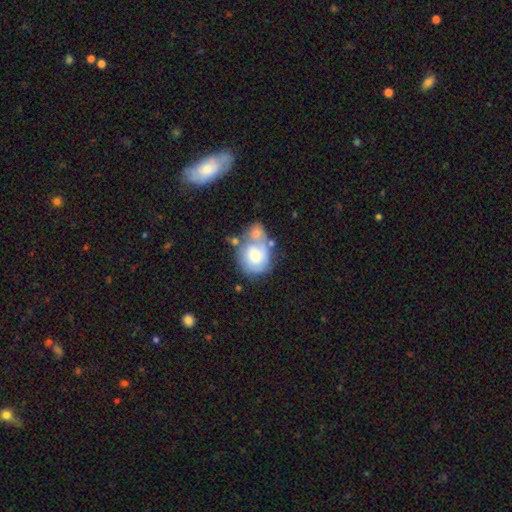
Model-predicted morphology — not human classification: type=smooth (53%); roundness=round (65%); merging=merger (41%).